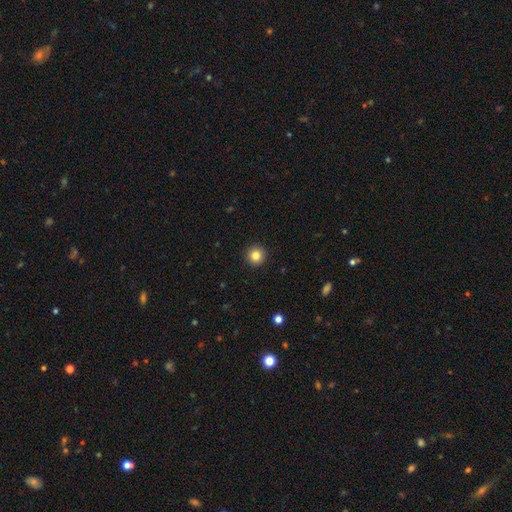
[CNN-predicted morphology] Smooth or featured? smooth (83%)
How rounded? round (95%)
Merging? none (93%)